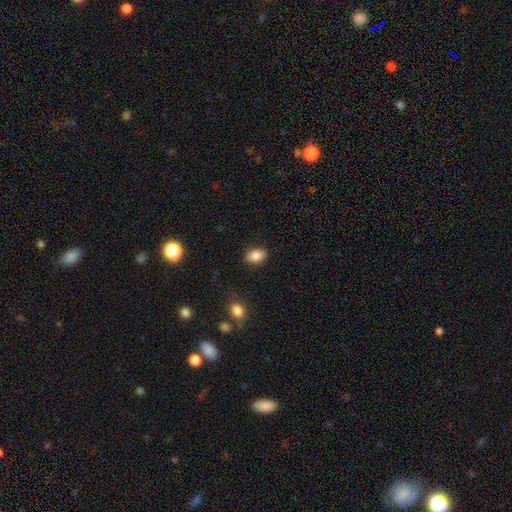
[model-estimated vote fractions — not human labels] A smooth galaxy with no disk features (84%) that is in between round and cigar-shaped (75%).

Vote fractions:
- Smooth or featured? smooth: 84% / star or artifact: 9% / featured or disk: 7%
- How rounded? in between: 75% / round: 23% / cigar-shaped: 1%
- Merging? none: 87% / minor disturbance: 9% / major disturbance: 3% / merger: 1%